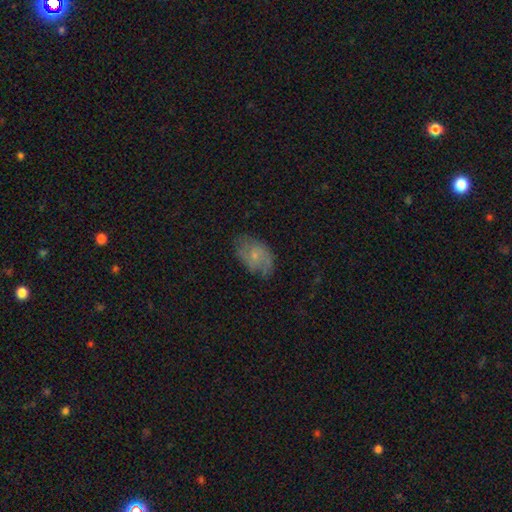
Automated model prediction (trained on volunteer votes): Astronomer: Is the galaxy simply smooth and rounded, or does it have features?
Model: smooth — 46% (runner-up: featured or disk, 45%).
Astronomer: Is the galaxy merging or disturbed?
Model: none — 64%.